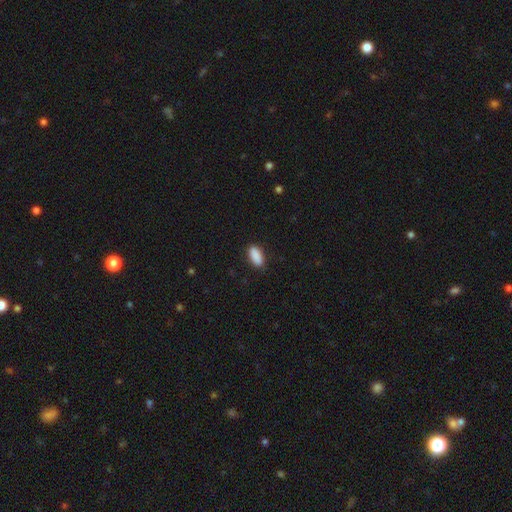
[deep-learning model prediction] Morphology: type=smooth (91%); roundness=in between (89%); merging=none (88%).